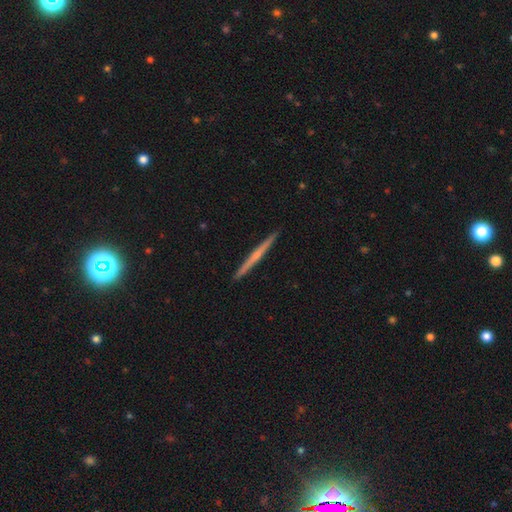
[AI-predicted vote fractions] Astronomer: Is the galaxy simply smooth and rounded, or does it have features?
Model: featured or disk — 62%.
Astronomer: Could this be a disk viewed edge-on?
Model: yes — 98%.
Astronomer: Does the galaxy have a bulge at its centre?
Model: none — 58% (runner-up: rounded, 37%).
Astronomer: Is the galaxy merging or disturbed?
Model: none — 93%.